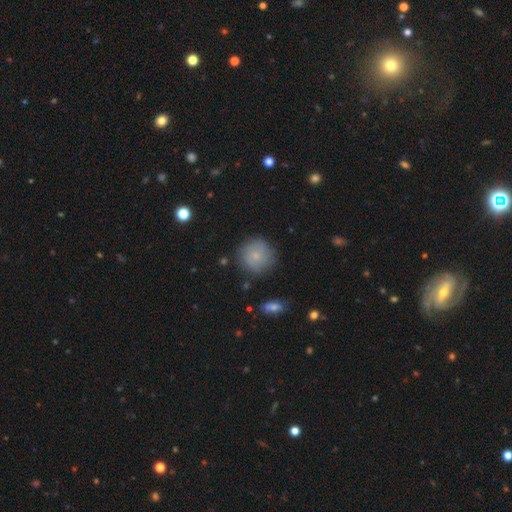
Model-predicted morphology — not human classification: Overall: smooth (70%). How rounded: round (93%). Merging: none (79%).